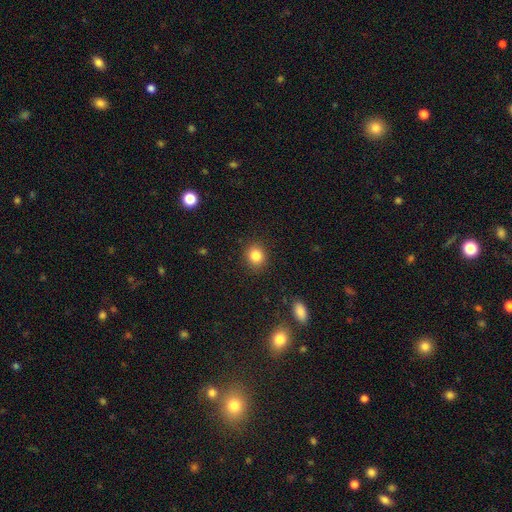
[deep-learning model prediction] A smooth galaxy with no disk features (84%) that is round (81%).

Vote fractions:
- Smooth or featured? smooth: 84% / star or artifact: 11% / featured or disk: 5%
- How rounded? round: 81% / in between: 18% / cigar-shaped: 1%
- Merging? none: 89% / minor disturbance: 7% / major disturbance: 2% / merger: 1%